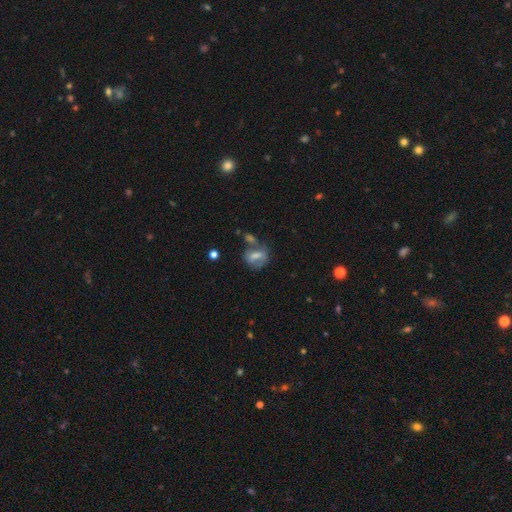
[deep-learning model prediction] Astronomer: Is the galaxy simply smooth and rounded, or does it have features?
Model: smooth — 57% (runner-up: featured or disk, 33%).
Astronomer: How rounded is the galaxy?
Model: in between — 57% (runner-up: round, 39%).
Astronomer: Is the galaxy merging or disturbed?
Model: none — 39% (runner-up: merger, 26%).